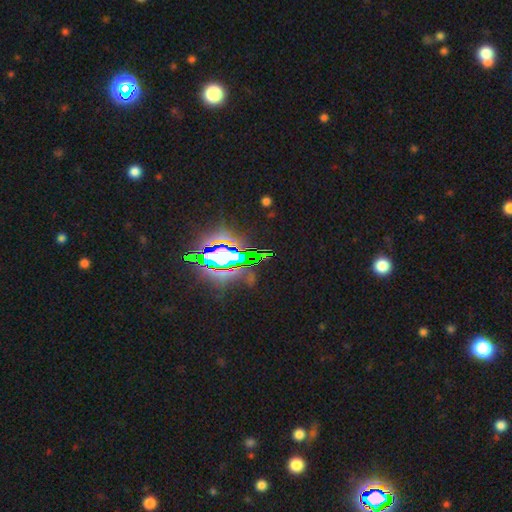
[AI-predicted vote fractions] A star or artifact, not a galaxy (80%).